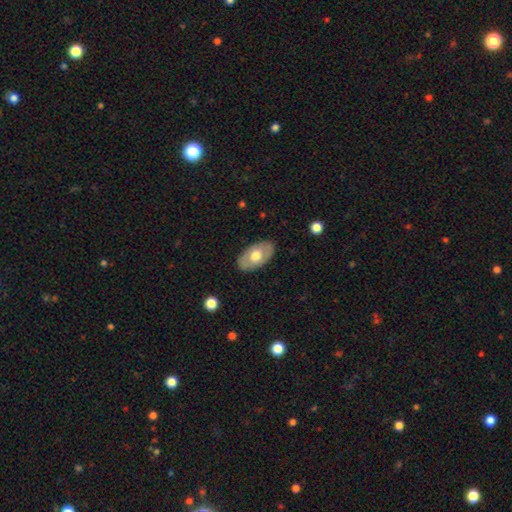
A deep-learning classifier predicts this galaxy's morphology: smooth-or-featured: smooth: 56% | featured or disk: 39% | star or artifact: 5%
  how-rounded: in between: 93% | round: 6% | cigar-shaped: 2%
  merging: none: 85% | minor disturbance: 11% | major disturbance: 3% | merger: 1%